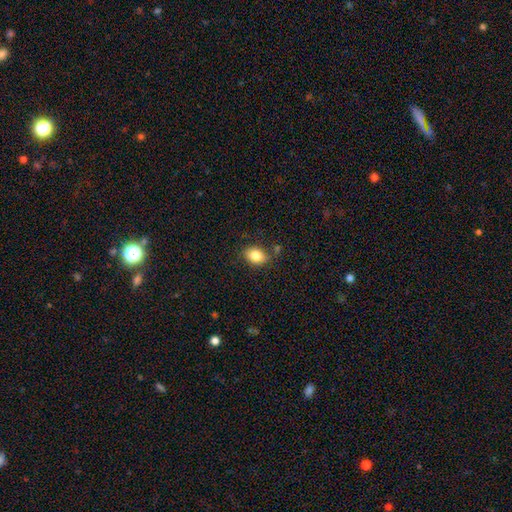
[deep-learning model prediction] Smooth or featured?
  - smooth: 84% *
  - star or artifact: 9%
  - featured or disk: 8%
How rounded?
  - in between: 70% *
  - round: 28%
  - cigar-shaped: 1%
Merging?
  - none: 76% *
  - minor disturbance: 16%
  - merger: 4%
  - major disturbance: 4%